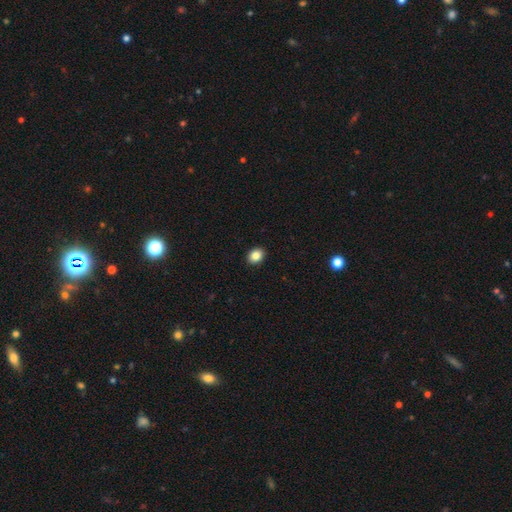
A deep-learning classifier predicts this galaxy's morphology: Smooth or featured? smooth (86%)
How rounded? in between (56%)
Merging? none (91%)